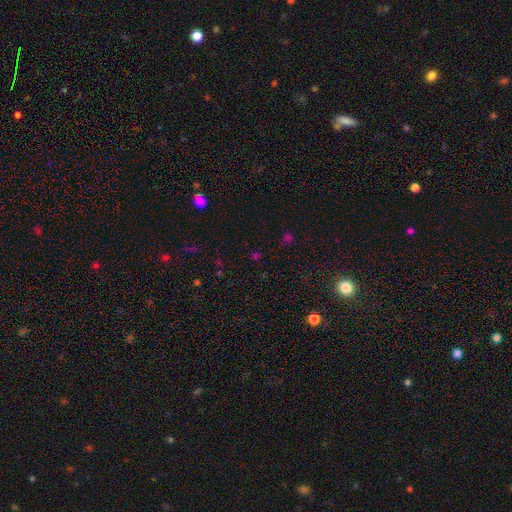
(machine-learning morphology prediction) Smooth or featured: star or artifact — 58% (smooth — 35%)